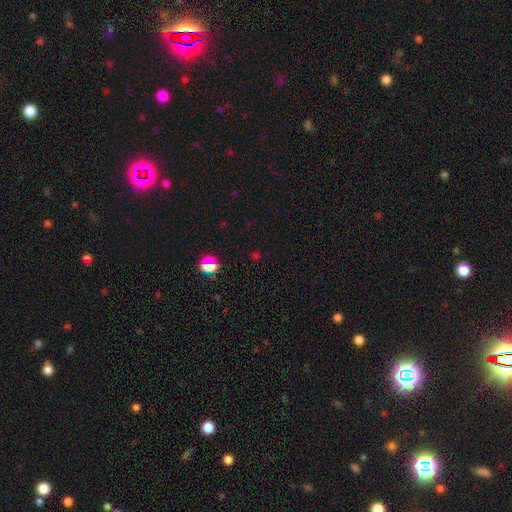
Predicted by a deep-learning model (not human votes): Smooth or featured? Predicted: star or artifact (p=0.58).